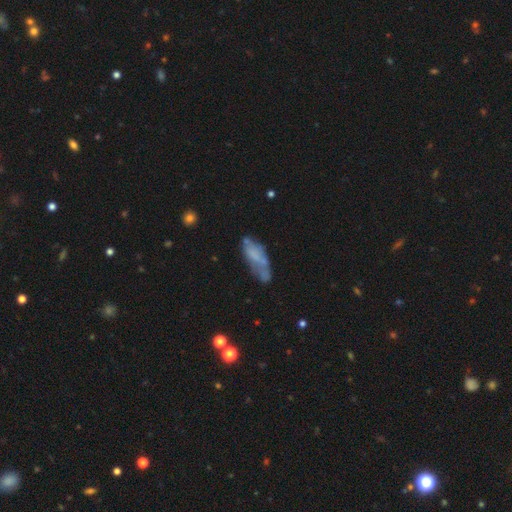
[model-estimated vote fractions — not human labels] Overall: smooth (50%; featured or disk 39%). Merging: none (40%; minor disturbance 28%).